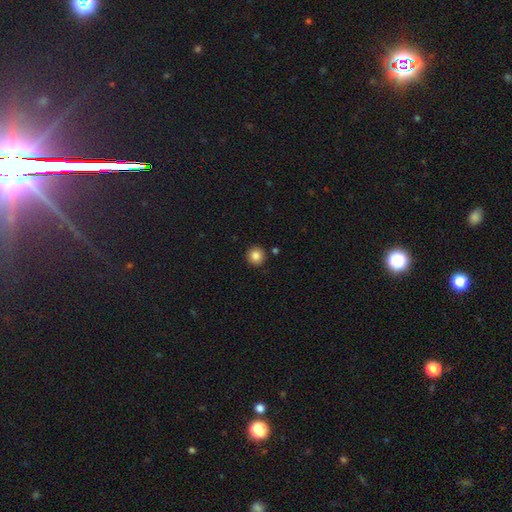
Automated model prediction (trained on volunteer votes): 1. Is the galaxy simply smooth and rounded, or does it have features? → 85% smooth, 10% star or artifact, 5% featured or disk.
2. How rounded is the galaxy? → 96% round, 3% in between, 1% cigar-shaped.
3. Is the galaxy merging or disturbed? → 91% none, 5% minor disturbance, 2% merger, 2% major disturbance.